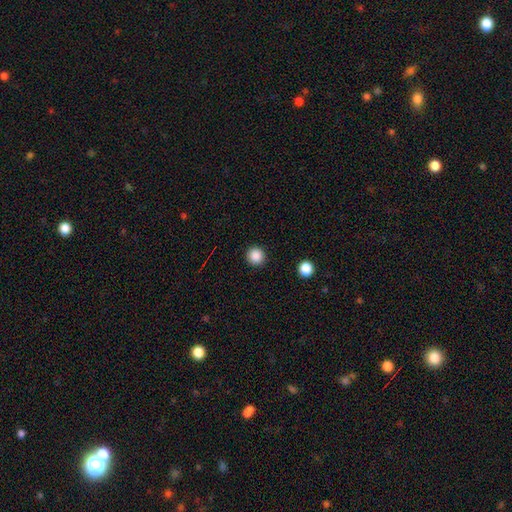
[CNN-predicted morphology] A smooth galaxy with no disk features (87%) that is round (95%).

Vote fractions:
- Smooth or featured? smooth: 87% / star or artifact: 11% / featured or disk: 3%
- How rounded? round: 95% / in between: 4% / cigar-shaped: 1%
- Merging? none: 92% / minor disturbance: 5% / major disturbance: 2% / merger: 1%